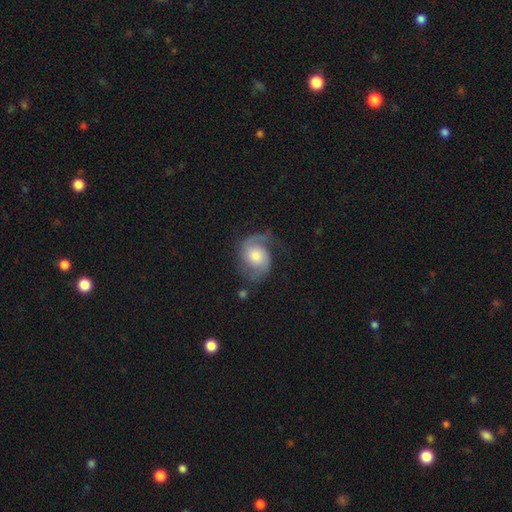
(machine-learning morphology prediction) Smooth or featured: featured or disk — 77% (smooth — 17%)
Edge-on disk: no — 98% (yes — 2%)
Bar: no — 69% (weak — 26%)
Spiral arms: yes — 95% (no — 5%)
Spiral winding: medium — 46% (loose — 29%)
Spiral arm count: 2 — 83% (1 — 9%)
Bulge size: moderate — 52% (small — 27%)
Merging: none — 61% (minor disturbance — 22%)